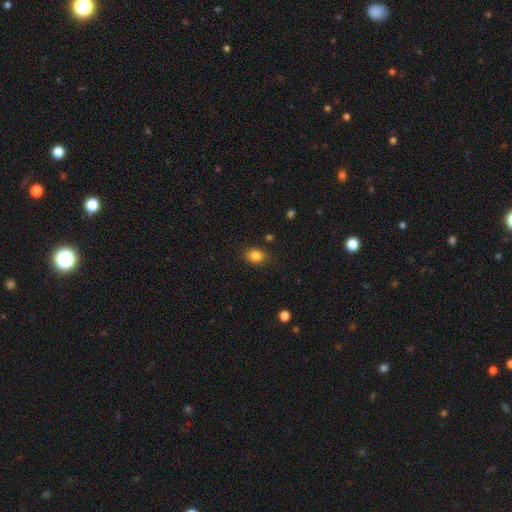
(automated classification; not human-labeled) Morphology: type=smooth (84%); roundness=in between (59%); merging=none (84%).